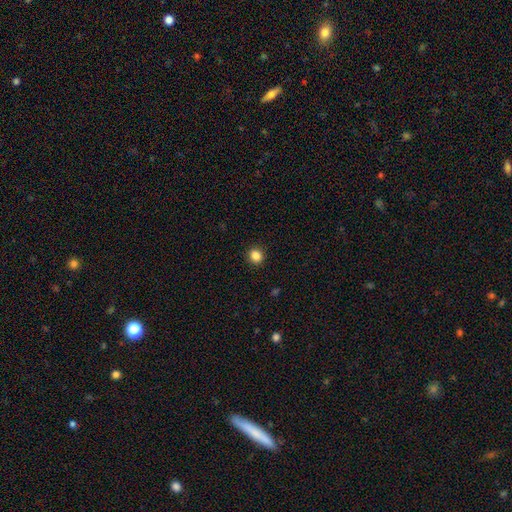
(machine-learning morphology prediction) This appears to be a smooth galaxy with no disk features (85%) that is round (82%). Merging: none (92%).